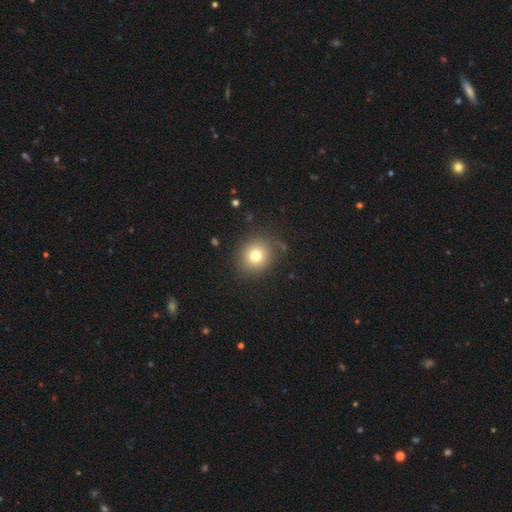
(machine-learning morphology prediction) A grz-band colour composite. It shows a smooth galaxy with no disk features (75%) that is round (87%). Merging: none (84%).